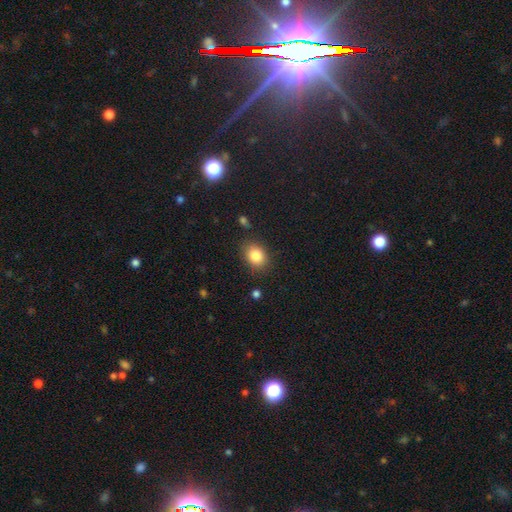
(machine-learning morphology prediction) Q: Smooth or featured?
A: smooth (84%); runner-up: star or artifact (10%)
Q: How rounded?
A: in between (54%); runner-up: round (45%)
Q: Merging?
A: none (83%); runner-up: minor disturbance (12%)